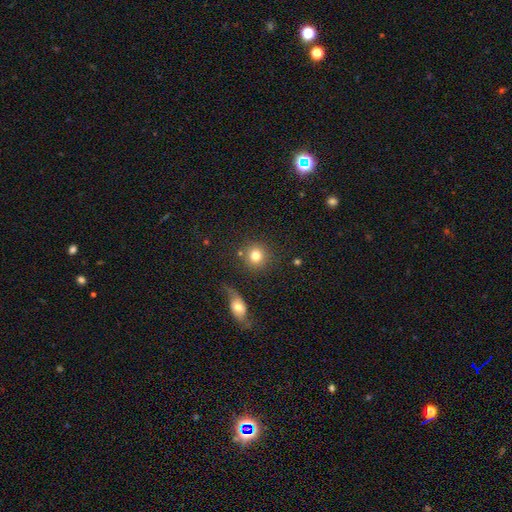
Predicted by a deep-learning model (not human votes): The model was most divided on "smooth or featured": smooth: 80%, star or artifact: 11%, featured or disk: 9%. More confident: how rounded — round (91%); merging — none (80%).